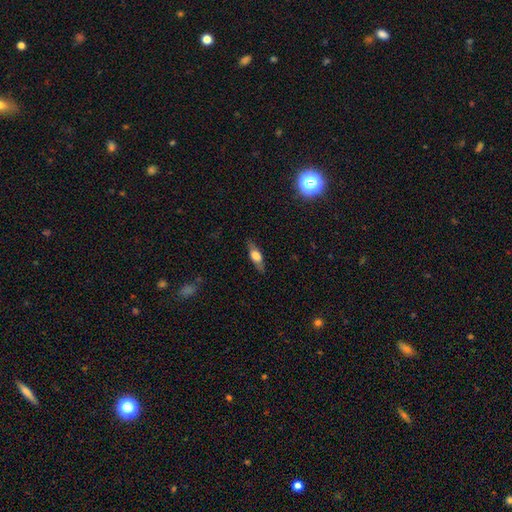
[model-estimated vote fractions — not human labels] Smooth or featured? smooth (55%)
How rounded? in between (56%)
Merging? none (81%)